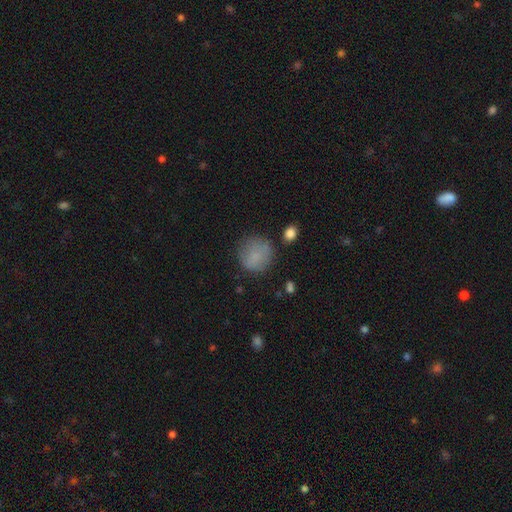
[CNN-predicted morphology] This appears to be a smooth galaxy with no disk features (80%) that is round (86%). Merging: none (72%).